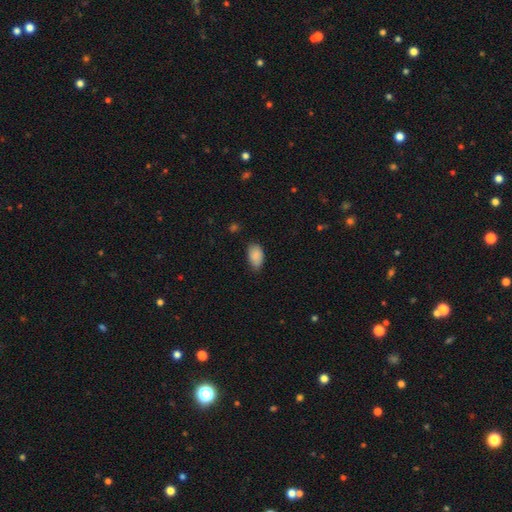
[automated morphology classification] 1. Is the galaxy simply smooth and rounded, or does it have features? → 88% smooth, 7% star or artifact, 5% featured or disk.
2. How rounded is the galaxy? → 93% in between, 6% round, 2% cigar-shaped.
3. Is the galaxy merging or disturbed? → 68% none, 27% minor disturbance, 4% major disturbance, 1% merger.